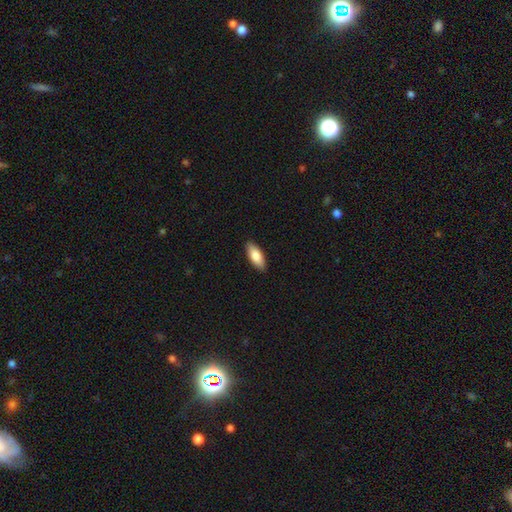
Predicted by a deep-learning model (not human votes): Smooth or featured? Predicted: smooth (p=0.81). How rounded? Predicted: in between (p=0.77). Merging? Predicted: none (p=0.89).